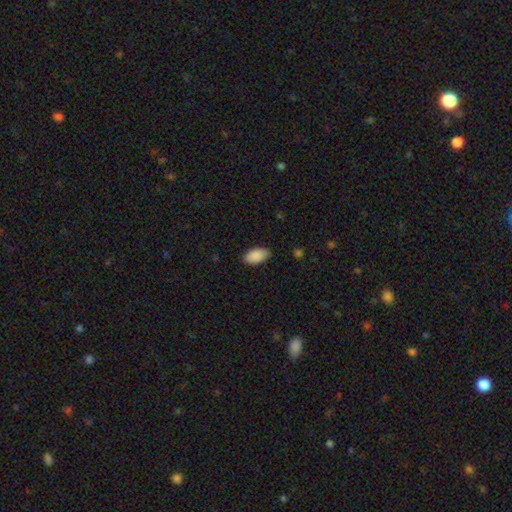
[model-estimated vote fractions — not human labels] Smooth or featured?
  - smooth: 90% *
  - star or artifact: 7%
  - featured or disk: 4%
How rounded?
  - in between: 94% *
  - cigar-shaped: 3%
  - round: 3%
Merging?
  - none: 85% *
  - minor disturbance: 12%
  - major disturbance: 2%
  - merger: 1%